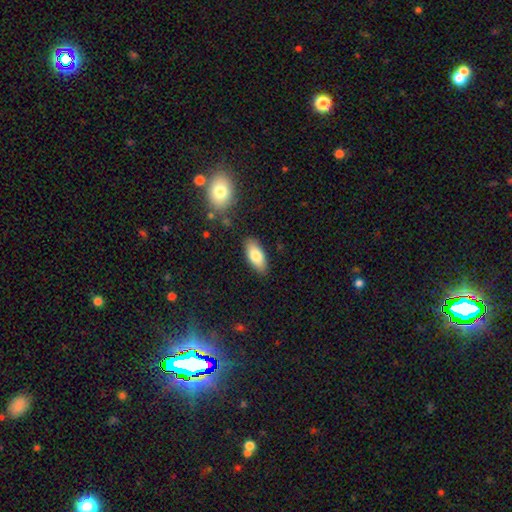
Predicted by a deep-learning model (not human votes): Q: Smooth or featured?
A: smooth (79%); runner-up: featured or disk (14%)
Q: How rounded?
A: in between (84%); runner-up: cigar-shaped (14%)
Q: Merging?
A: none (85%); runner-up: minor disturbance (11%)